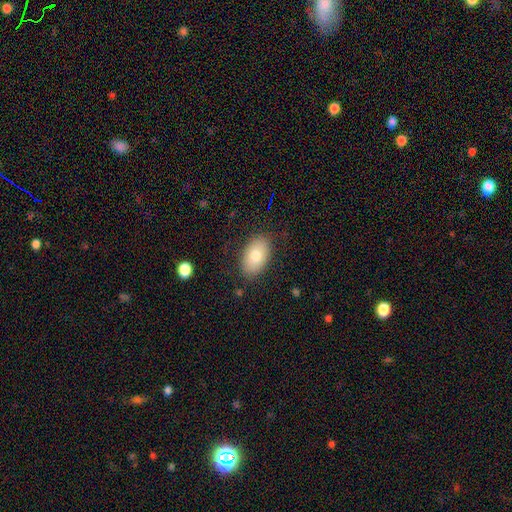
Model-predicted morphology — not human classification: type=smooth (77%); roundness=in between (92%); merging=none (84%).